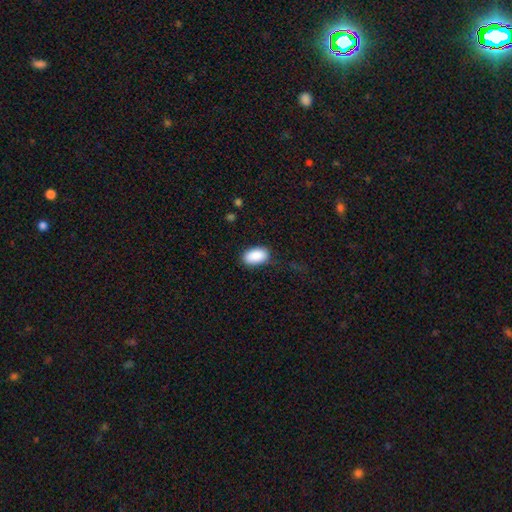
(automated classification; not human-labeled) Smooth or featured? Predicted: smooth (p=0.90). How rounded? Predicted: in between (p=0.94). Merging? Predicted: none (p=0.81).